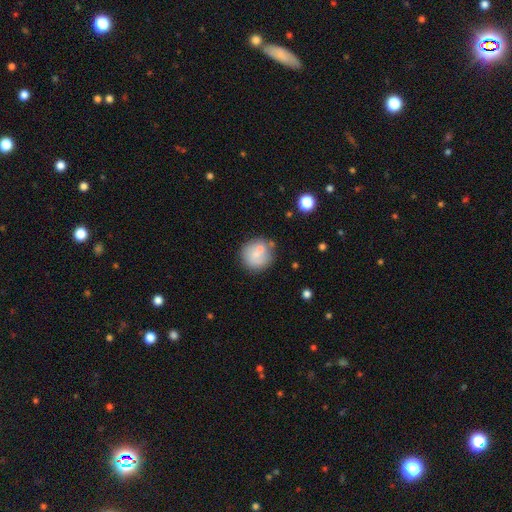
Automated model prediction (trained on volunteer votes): Smooth or featured? Predicted: smooth (p=0.69). How rounded? Predicted: round (p=0.90). Merging? Predicted: none (p=0.63).